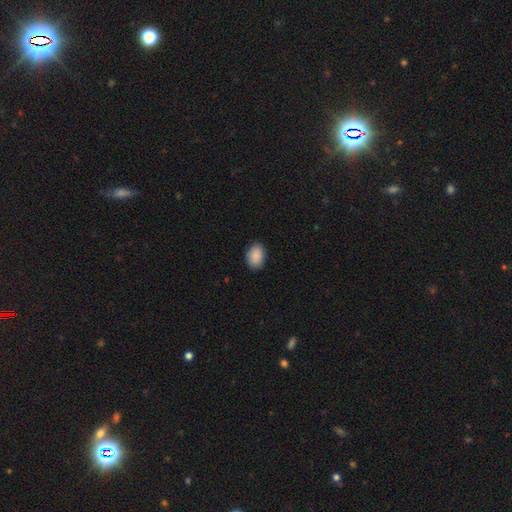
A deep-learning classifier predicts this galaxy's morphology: Smooth or featured? Predicted: smooth (p=0.90). How rounded? Predicted: in between (p=0.85). Merging? Predicted: none (p=0.87).